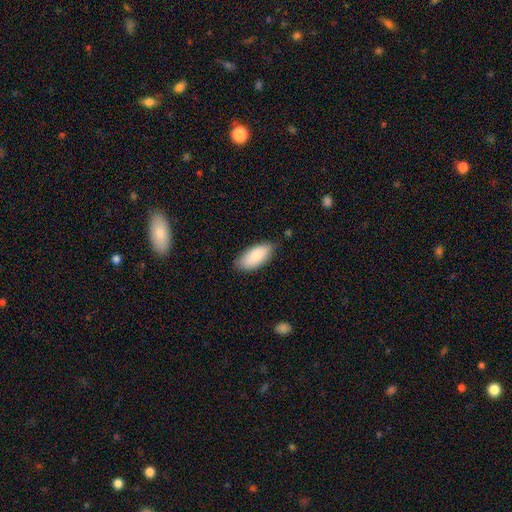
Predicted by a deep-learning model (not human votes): A smooth galaxy with no disk features (86%) that is in between round and cigar-shaped (90%).

Vote fractions:
- Smooth or featured? smooth: 86% / featured or disk: 8% / star or artifact: 6%
- How rounded? in between: 90% / cigar-shaped: 8% / round: 2%
- Merging? none: 78% / minor disturbance: 18% / major disturbance: 3% / merger: 2%